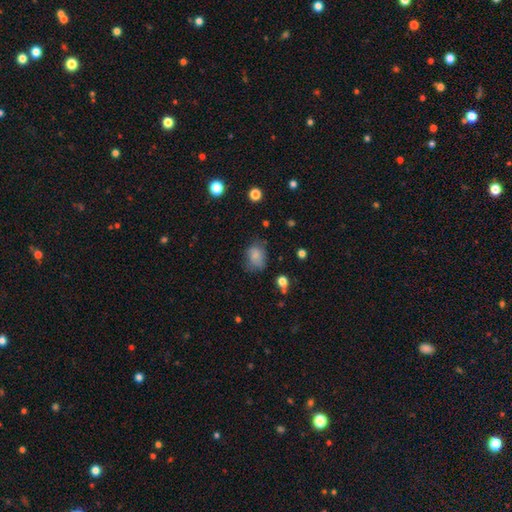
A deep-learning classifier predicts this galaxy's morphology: A smooth galaxy with no disk features (78%) that is in between round and cigar-shaped (61%).

Vote fractions:
- Smooth or featured? smooth: 78% / featured or disk: 11% / star or artifact: 11%
- How rounded? in between: 61% / round: 38% / cigar-shaped: 1%
- Merging? none: 57% / minor disturbance: 29% / major disturbance: 12% / merger: 2%